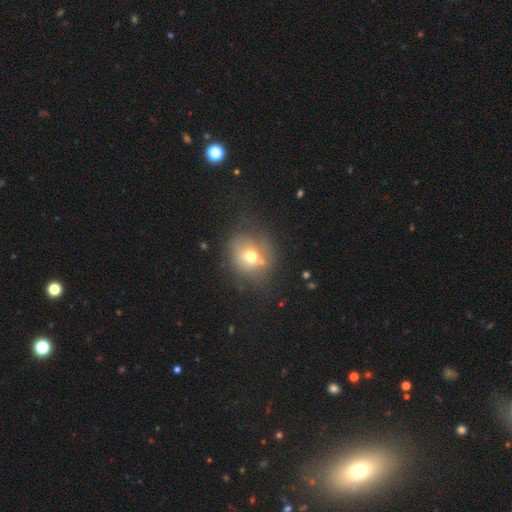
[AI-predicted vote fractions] Smooth or featured? smooth (64%)
How rounded? round (75%)
Merging? none (60%)